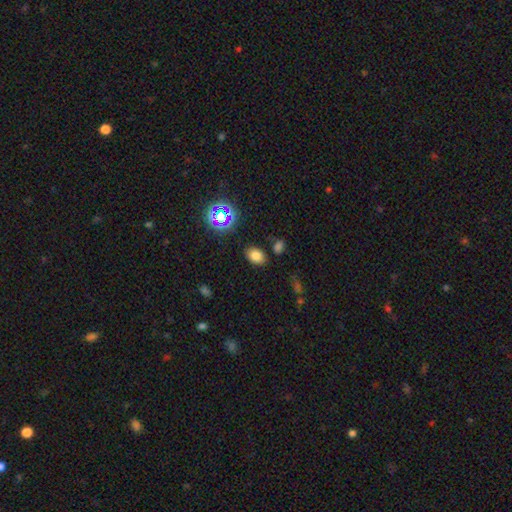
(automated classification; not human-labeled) Smooth or featured?
  - smooth: 75% *
  - star or artifact: 17%
  - featured or disk: 7%
How rounded?
  - in between: 78% *
  - round: 21%
  - cigar-shaped: 1%
Merging?
  - none: 83% *
  - minor disturbance: 10%
  - merger: 4%
  - major disturbance: 3%